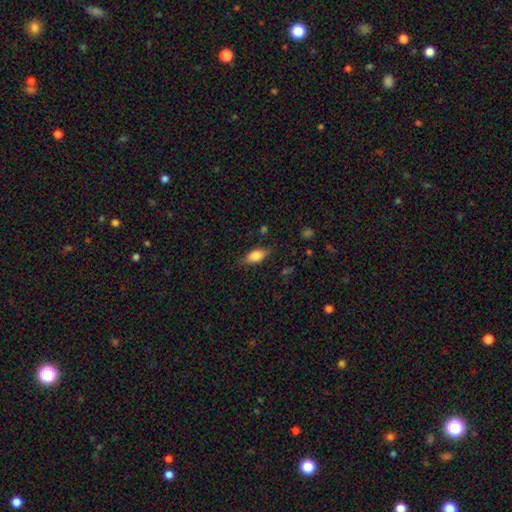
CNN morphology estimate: smooth_or_featured: smooth (p=0.78) [alt: featured or disk p=0.14]
how_rounded: in between (p=0.84) [alt: cigar-shaped p=0.10]
merging: none (p=0.78) [alt: minor disturbance p=0.17]